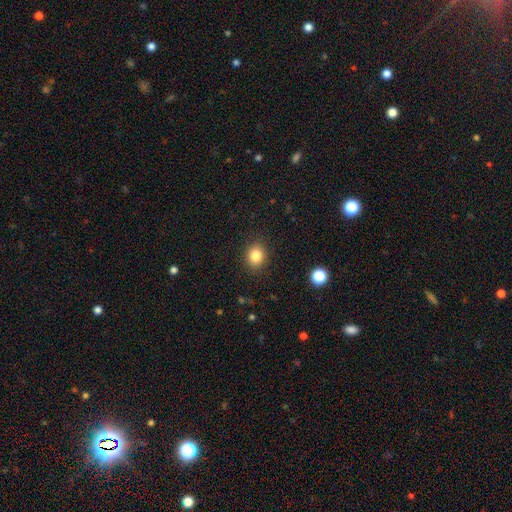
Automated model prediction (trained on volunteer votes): smooth 83%, star or artifact 11%, featured or disk 6%. Down the decision tree: how rounded — round (70%); merging — none (89%).